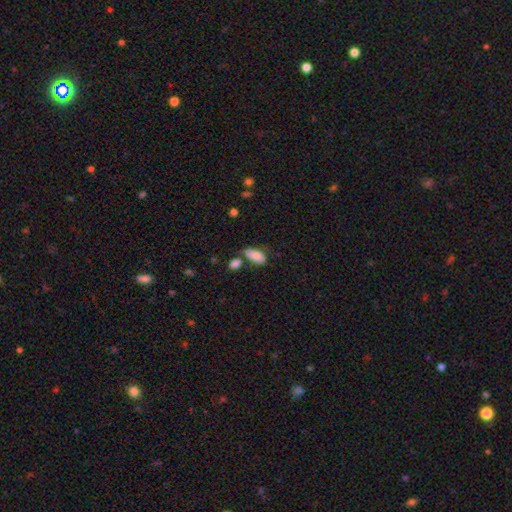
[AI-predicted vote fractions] Smooth or featured? smooth (82%)
How rounded? in between (90%)
Merging? none (47%)